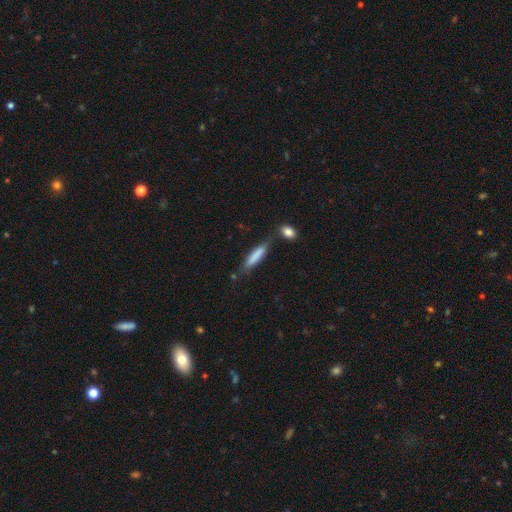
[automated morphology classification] Q: Smooth or featured?
A: smooth (78%); runner-up: featured or disk (16%)
Q: How rounded?
A: cigar-shaped (83%); runner-up: in between (15%)
Q: Merging?
A: none (68%); runner-up: minor disturbance (16%)